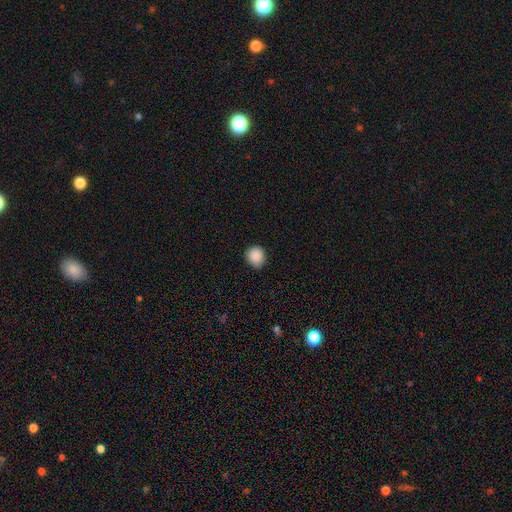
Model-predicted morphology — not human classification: Smooth or featured? smooth (88%)
How rounded? round (87%)
Merging? none (78%)